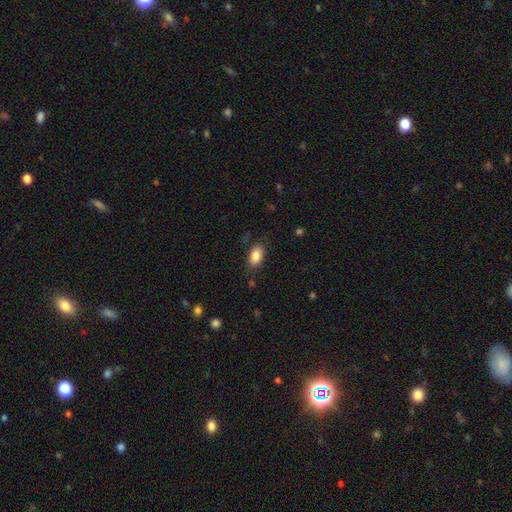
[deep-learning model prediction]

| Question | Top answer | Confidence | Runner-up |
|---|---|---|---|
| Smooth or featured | smooth | 85% | star or artifact (8%) |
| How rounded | in between | 90% | round (6%) |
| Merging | none | 81% | minor disturbance (14%) |